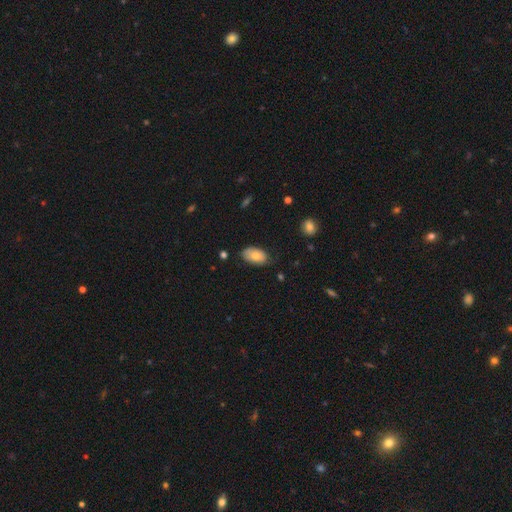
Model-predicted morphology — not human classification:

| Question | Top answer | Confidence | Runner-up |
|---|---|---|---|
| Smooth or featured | smooth | 75% | featured or disk (18%) |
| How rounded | in between | 94% | round (5%) |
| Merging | none | 71% | minor disturbance (24%) |